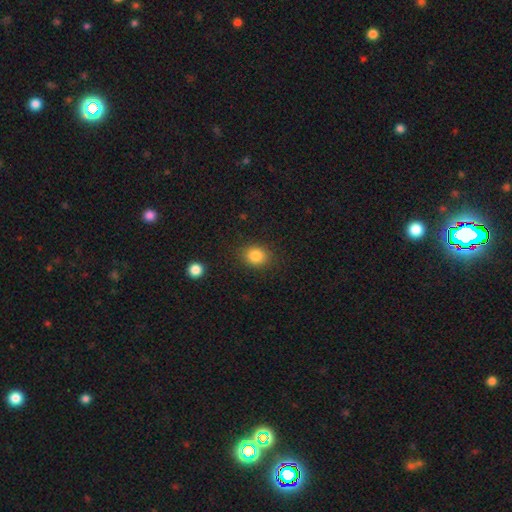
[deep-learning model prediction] This appears to be a smooth galaxy with no disk features (85%) that is round (63%). Merging: none (86%).